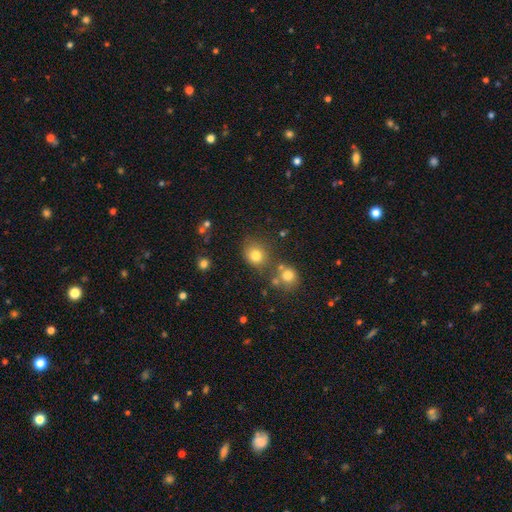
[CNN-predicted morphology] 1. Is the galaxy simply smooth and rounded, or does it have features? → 79% smooth, 14% star or artifact, 7% featured or disk.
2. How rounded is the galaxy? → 76% round, 23% in between, 1% cigar-shaped.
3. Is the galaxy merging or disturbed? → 69% none, 13% minor disturbance, 13% merger, 5% major disturbance.